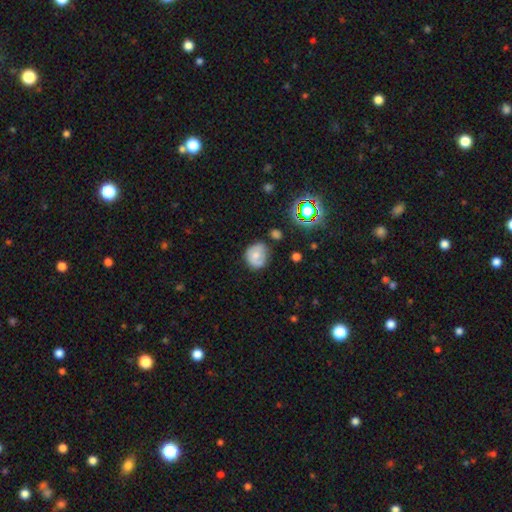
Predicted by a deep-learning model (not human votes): Morphology: type=smooth (62%); roundness=round (74%); merging=none (58%).